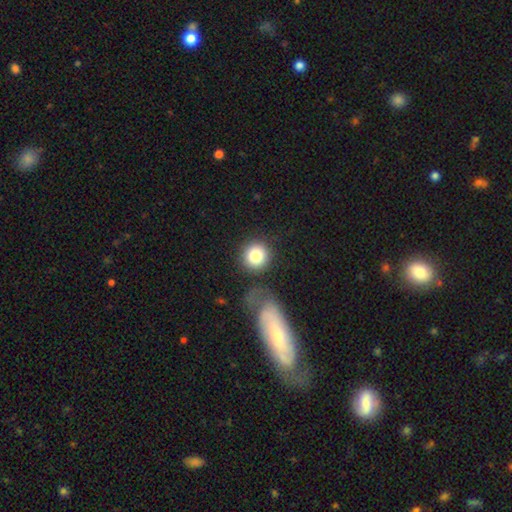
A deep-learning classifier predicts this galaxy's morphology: Smooth or featured?
  - smooth: 83% *
  - featured or disk: 9%
  - star or artifact: 8%
How rounded?
  - round: 91% *
  - in between: 8%
  - cigar-shaped: 1%
Merging?
  - none: 75% *
  - minor disturbance: 10%
  - merger: 9%
  - major disturbance: 5%